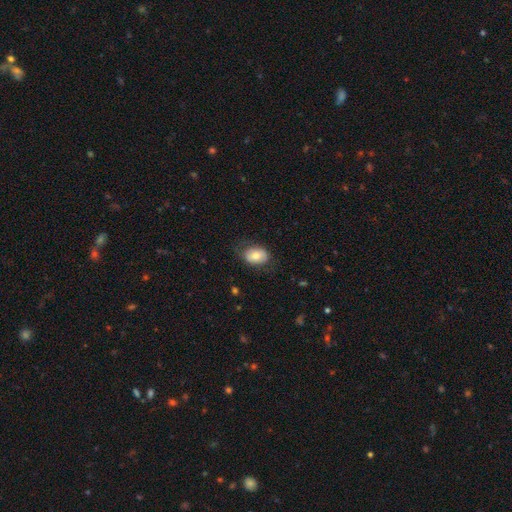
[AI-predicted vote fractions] The model was most divided on "merging": none: 72%, minor disturbance: 19%, major disturbance: 8%, merger: 1%. More confident: how rounded — in between (78%); smooth or featured — smooth (73%).